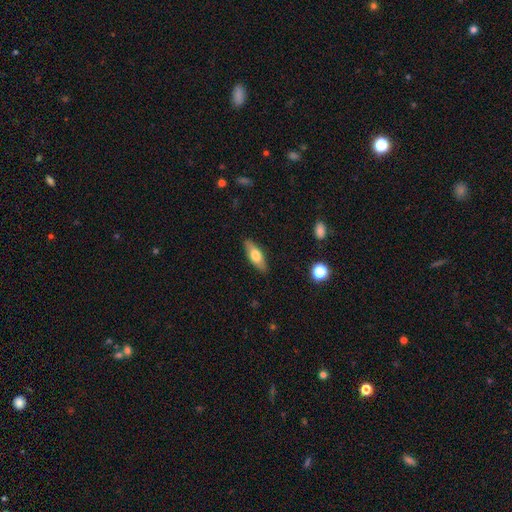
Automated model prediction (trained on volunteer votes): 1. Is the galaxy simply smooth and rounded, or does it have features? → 66% smooth, 28% featured or disk, 6% star or artifact.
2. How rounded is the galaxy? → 67% in between, 30% cigar-shaped, 3% round.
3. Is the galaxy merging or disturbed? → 87% none, 10% minor disturbance, 2% major disturbance, 1% merger.